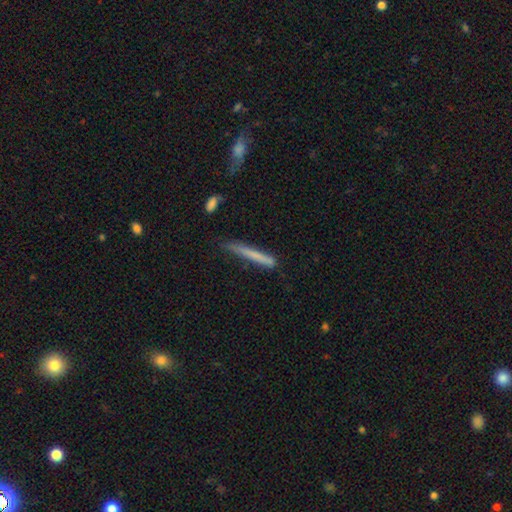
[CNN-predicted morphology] Q: Smooth or featured?
A: smooth (67%); runner-up: featured or disk (27%)
Q: How rounded?
A: cigar-shaped (96%); runner-up: in between (3%)
Q: Merging?
A: none (68%); runner-up: minor disturbance (22%)